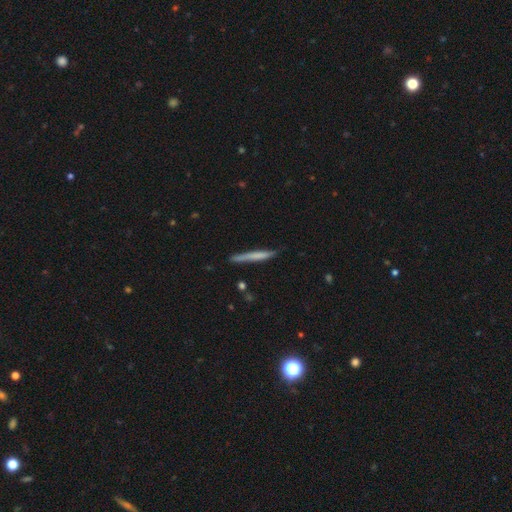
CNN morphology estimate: A smooth galaxy with no disk features (61%) that is cigar-shaped (96%).

Vote fractions:
- Smooth or featured? smooth: 61% / featured or disk: 33% / star or artifact: 6%
- How rounded? cigar-shaped: 96% / in between: 2% / round: 1%
- Merging? none: 82% / minor disturbance: 13% / major disturbance: 2% / merger: 2%